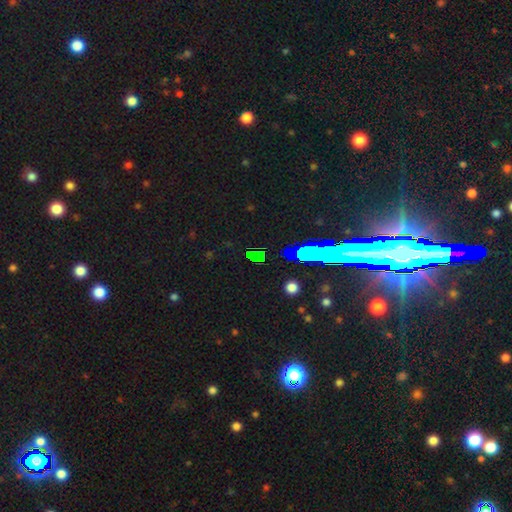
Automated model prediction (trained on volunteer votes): A star or artifact, not a galaxy (62%).

Vote fractions:
- Smooth or featured? star or artifact: 62% / smooth: 23% / featured or disk: 15%